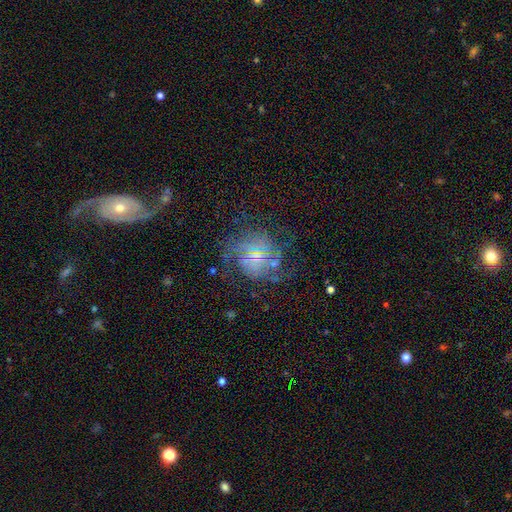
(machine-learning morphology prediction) This is likely a featured or disk galaxy (66%). It is clearly not viewed edge-on (98%). Bar: likely no (67%). Spiral arm pattern: clearly yes (82%). Spiral arm count: marginally can't tell (38%). Spiral winding: marginally medium (40%, tied with tight). Central bulge: possibly small (58%). Merging: possibly none (56%).